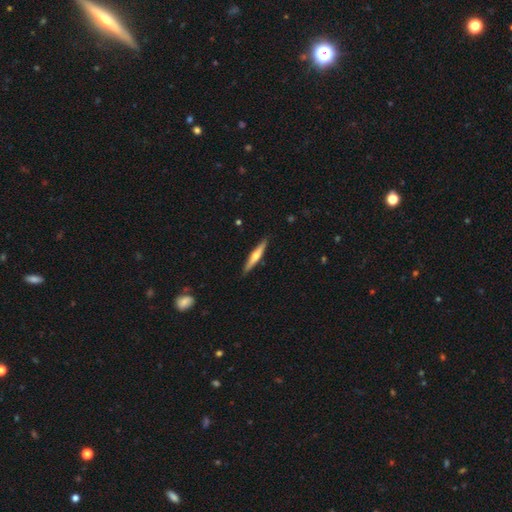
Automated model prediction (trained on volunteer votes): Smooth or featured: featured or disk — 54% (smooth — 40%)
Edge-on disk: yes — 96% (no — 4%)
Edge-on bulge: rounded — 84% (none — 11%)
Merging: none — 90% (minor disturbance — 8%)